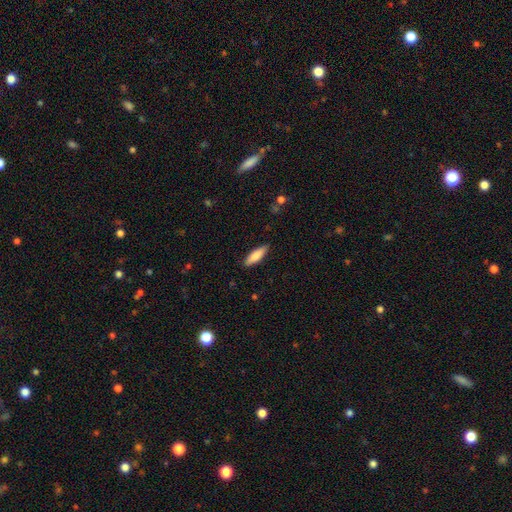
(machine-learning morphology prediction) Smooth or featured? smooth (77%)
How rounded? cigar-shaped (57%)
Merging? none (88%)